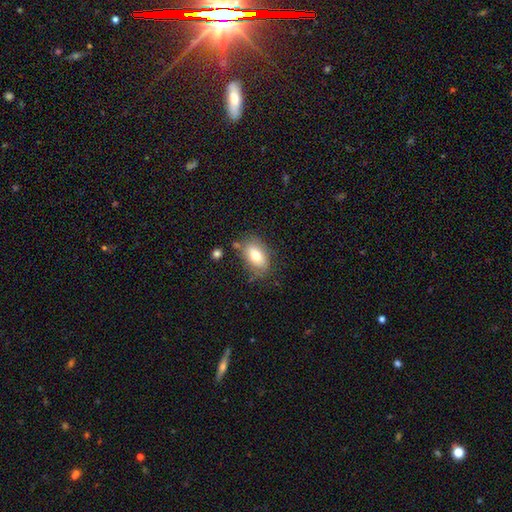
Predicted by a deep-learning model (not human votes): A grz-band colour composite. It shows a smooth galaxy with no disk features (74%) that is in between round and cigar-shaped (88%). Merging: none (73%).